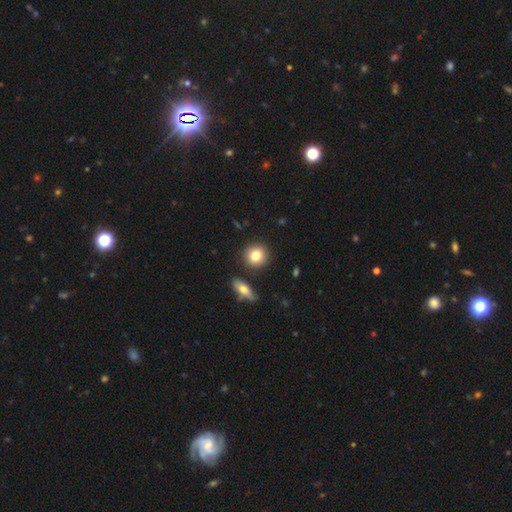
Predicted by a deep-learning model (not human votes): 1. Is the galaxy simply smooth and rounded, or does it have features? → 81% smooth, 11% featured or disk, 8% star or artifact.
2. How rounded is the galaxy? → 87% round, 12% in between, 1% cigar-shaped.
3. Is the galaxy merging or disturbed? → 84% none, 8% minor disturbance, 6% merger, 2% major disturbance.